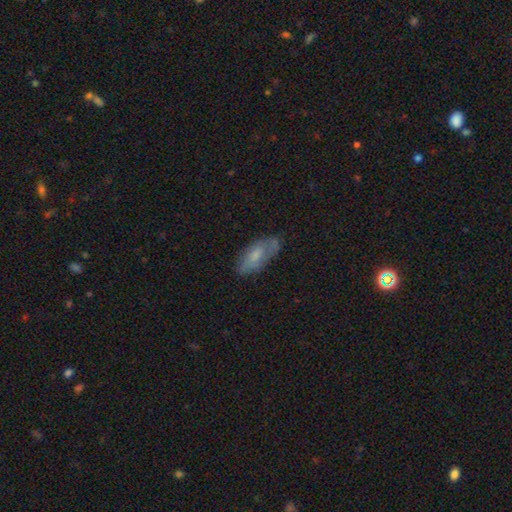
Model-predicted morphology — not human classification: A smooth galaxy with no disk features (62%) that is in between round and cigar-shaped (83%). Merging: none (67%).